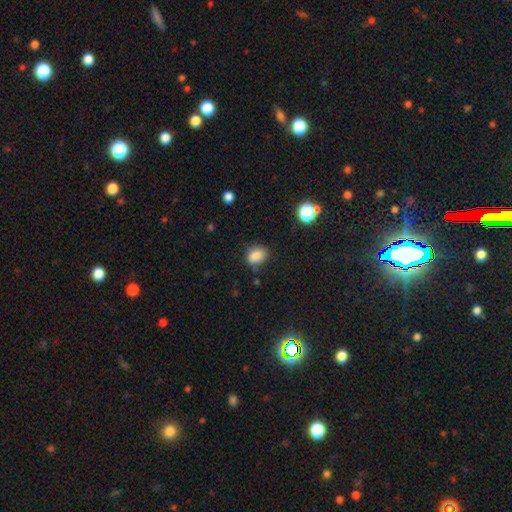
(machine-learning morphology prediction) Smooth or featured?
  - smooth: 84% *
  - star or artifact: 11%
  - featured or disk: 5%
How rounded?
  - in between: 58% *
  - round: 41%
  - cigar-shaped: 1%
Merging?
  - none: 64% *
  - minor disturbance: 25%
  - major disturbance: 7%
  - merger: 4%